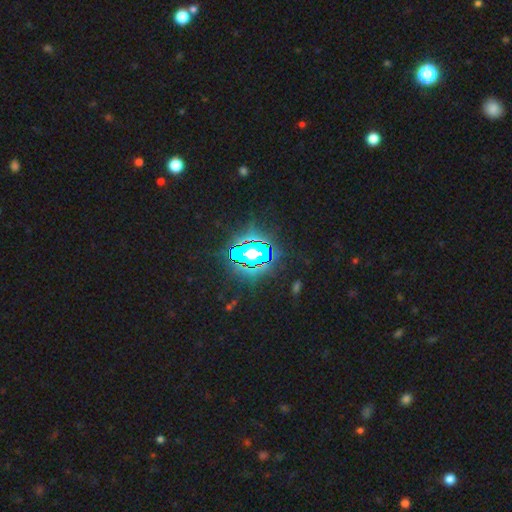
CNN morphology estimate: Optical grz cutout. It shows a star or artifact, not a galaxy (69%).